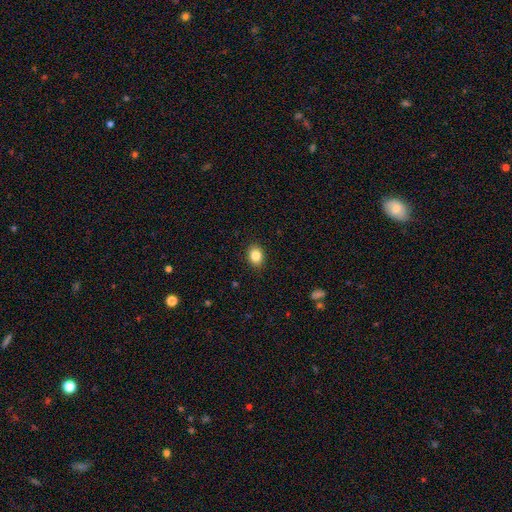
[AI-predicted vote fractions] Morphology: type=smooth (85%); roundness=in between (52%); merging=none (90%).